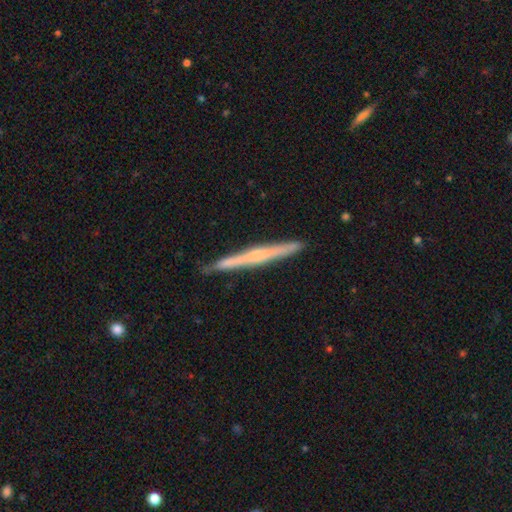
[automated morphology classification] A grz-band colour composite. It shows a featured or disk galaxy (66%) viewed edge-on (98%) with a rounded central bulge (50%). Merging: none (89%).